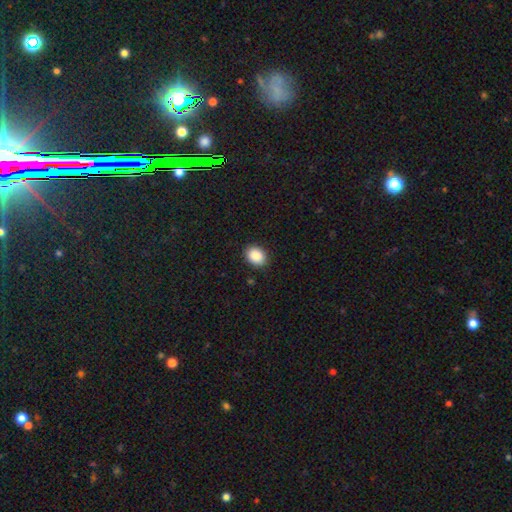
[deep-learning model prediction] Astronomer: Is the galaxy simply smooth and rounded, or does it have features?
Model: smooth — 90%.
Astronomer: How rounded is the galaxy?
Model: in between — 64%.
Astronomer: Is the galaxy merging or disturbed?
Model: none — 89%.